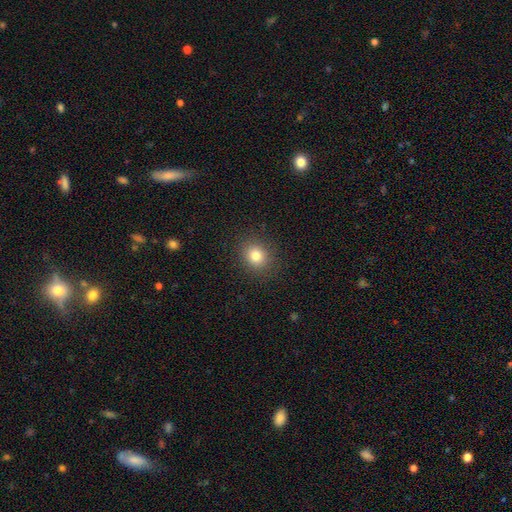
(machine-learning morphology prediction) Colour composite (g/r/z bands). It shows a smooth galaxy with no disk features (81%) that is round (74%). Merging: none (89%).